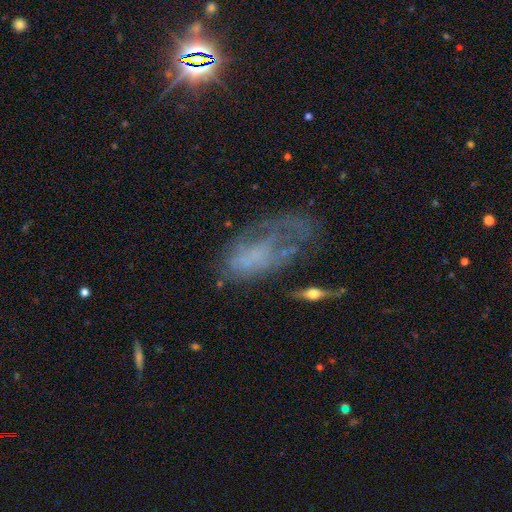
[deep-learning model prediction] Smooth or featured: featured or disk — 49% (smooth — 36%)
Merging: major disturbance — 39% (none — 32%)